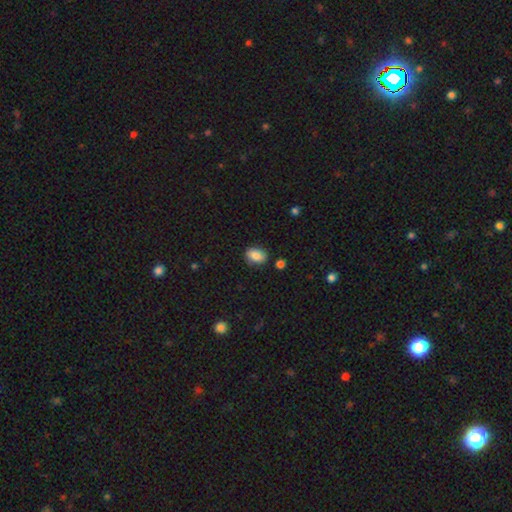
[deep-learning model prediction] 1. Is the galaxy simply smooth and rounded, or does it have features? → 86% smooth, 8% star or artifact, 6% featured or disk.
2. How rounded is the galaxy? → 80% in between, 19% round, 1% cigar-shaped.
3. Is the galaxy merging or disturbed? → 82% none, 12% minor disturbance, 3% major disturbance, 3% merger.